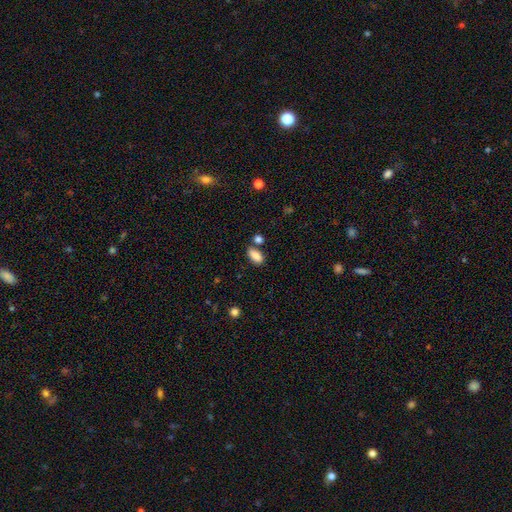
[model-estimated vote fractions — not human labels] Smooth or featured? smooth (87%)
How rounded? in between (88%)
Merging? none (69%)